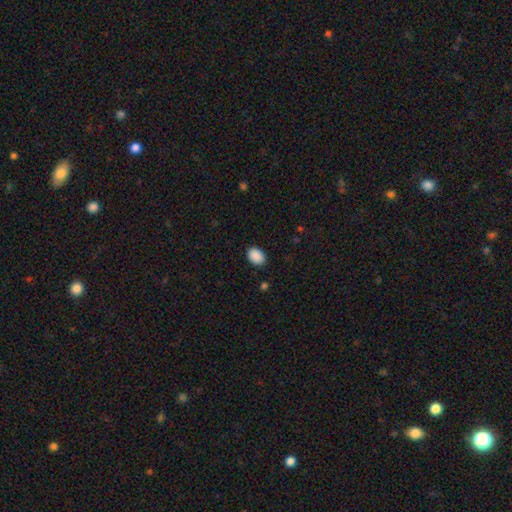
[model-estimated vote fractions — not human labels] A smooth galaxy with no disk features (90%) that is in between round and cigar-shaped (78%). Merging: none (88%).